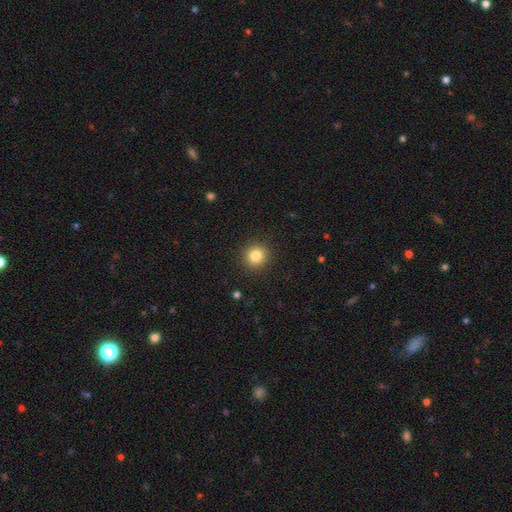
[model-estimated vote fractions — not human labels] Smooth or featured? Predicted: smooth (p=0.83). How rounded? Predicted: round (p=0.92). Merging? Predicted: none (p=0.91).